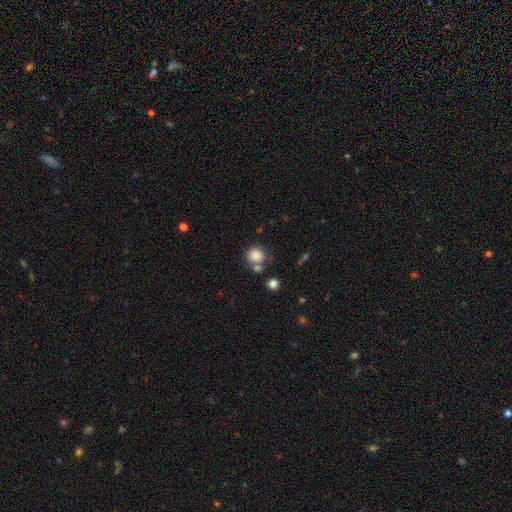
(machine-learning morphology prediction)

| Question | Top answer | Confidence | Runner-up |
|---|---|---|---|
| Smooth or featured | smooth | 84% | star or artifact (10%) |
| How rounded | round | 87% | in between (12%) |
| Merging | none | 64% | merger (20%) |